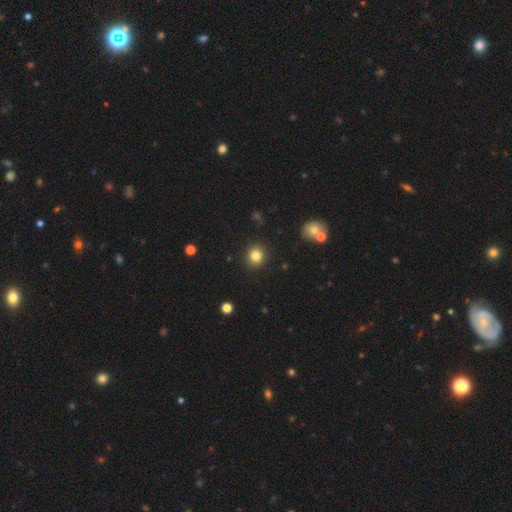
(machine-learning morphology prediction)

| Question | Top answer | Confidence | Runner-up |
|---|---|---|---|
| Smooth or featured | smooth | 82% | star or artifact (12%) |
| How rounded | round | 88% | in between (11%) |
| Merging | none | 90% | minor disturbance (6%) |